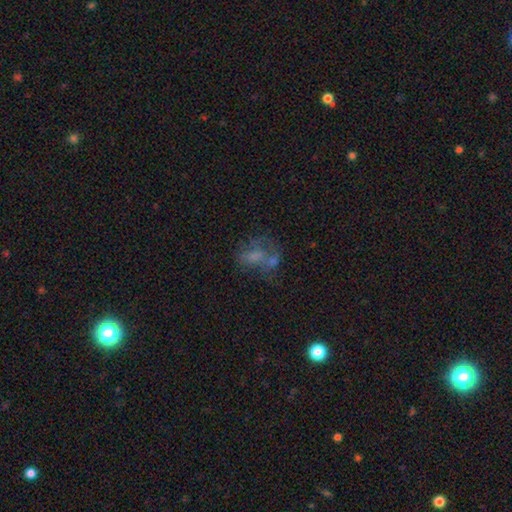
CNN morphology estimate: This appears to be a smooth galaxy with no disk features (41%). Merging: merger (33%).